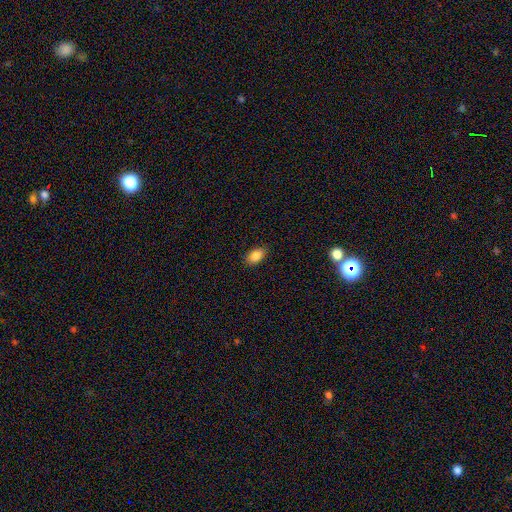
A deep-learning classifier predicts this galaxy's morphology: smooth-or-featured: smooth: 87% | star or artifact: 8% | featured or disk: 5%
  how-rounded: in between: 89% | round: 9% | cigar-shaped: 2%
  merging: none: 86% | minor disturbance: 11% | major disturbance: 2% | merger: 1%